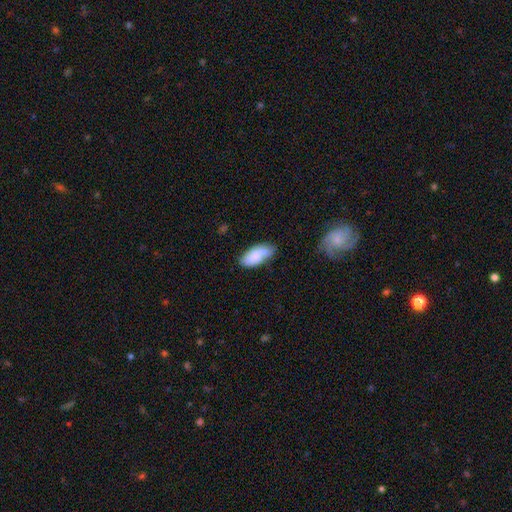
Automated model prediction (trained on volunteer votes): Overall: smooth (70%). How rounded: in between (90%). Merging: none (62%; minor disturbance 27%).